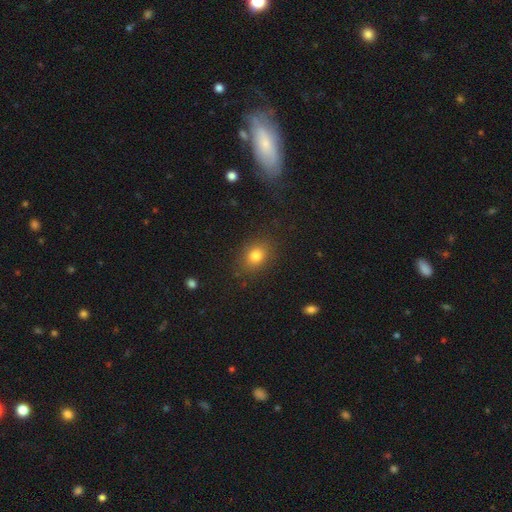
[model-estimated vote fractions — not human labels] smooth_or_featured: smooth (p=0.80) [alt: star or artifact p=0.12]
how_rounded: in between (p=0.55) [alt: round p=0.44]
merging: none (p=0.84) [alt: minor disturbance p=0.10]